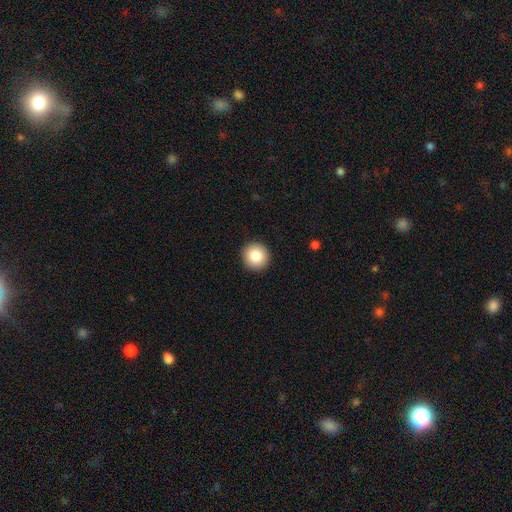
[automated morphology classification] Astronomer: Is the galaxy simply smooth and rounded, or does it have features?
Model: smooth — 85%.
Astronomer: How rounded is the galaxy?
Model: round — 94%.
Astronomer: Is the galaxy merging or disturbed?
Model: none — 93%.